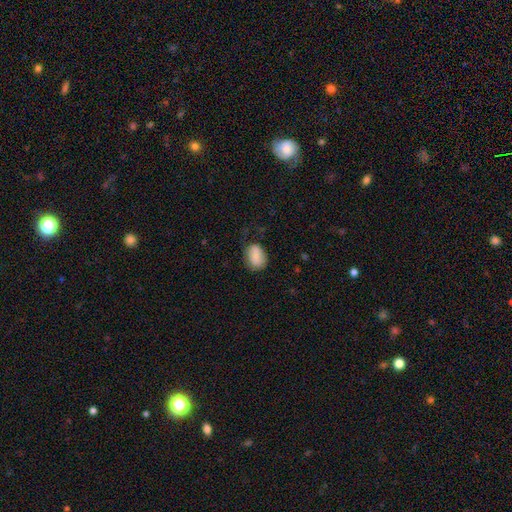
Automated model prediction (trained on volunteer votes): Smooth or featured: smooth — 82% (featured or disk — 11%)
How rounded: in between — 76% (round — 23%)
Merging: none — 62% (minor disturbance — 27%)